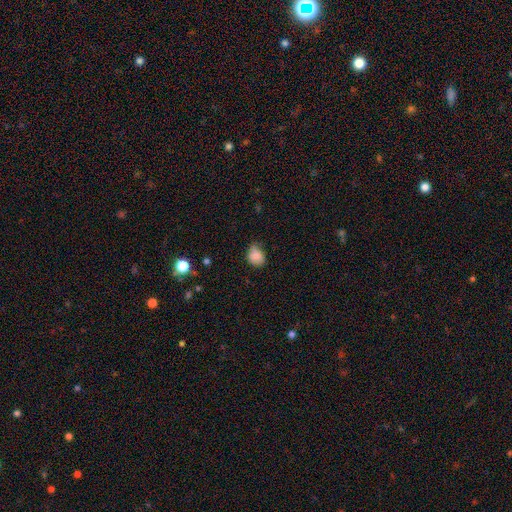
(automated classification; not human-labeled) smooth 84%, star or artifact 9%, featured or disk 6%. Down the decision tree: how rounded — round (52%); merging — none (52%).